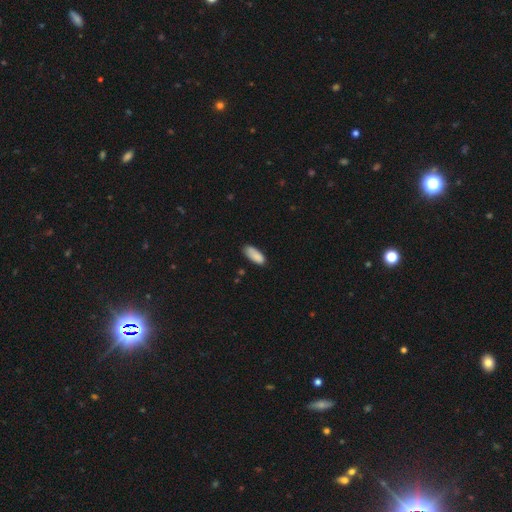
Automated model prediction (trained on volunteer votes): Smooth or featured?
  - smooth: 88% *
  - star or artifact: 7%
  - featured or disk: 6%
How rounded?
  - in between: 78% *
  - cigar-shaped: 21%
  - round: 2%
Merging?
  - none: 73% *
  - minor disturbance: 20%
  - major disturbance: 4%
  - merger: 2%